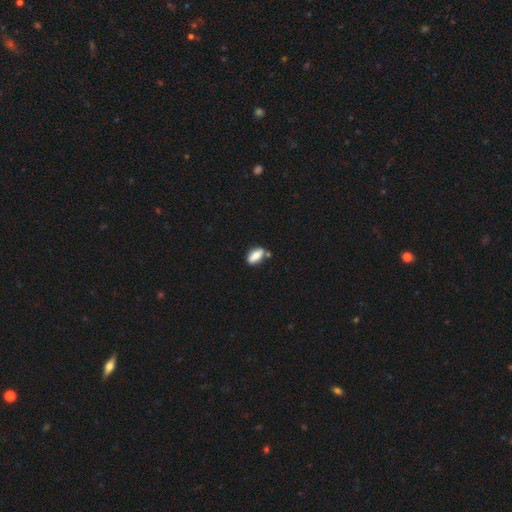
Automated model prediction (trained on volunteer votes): This appears to be a smooth galaxy with no disk features (81%) that is in between round and cigar-shaped (82%). Merging: none (67%).